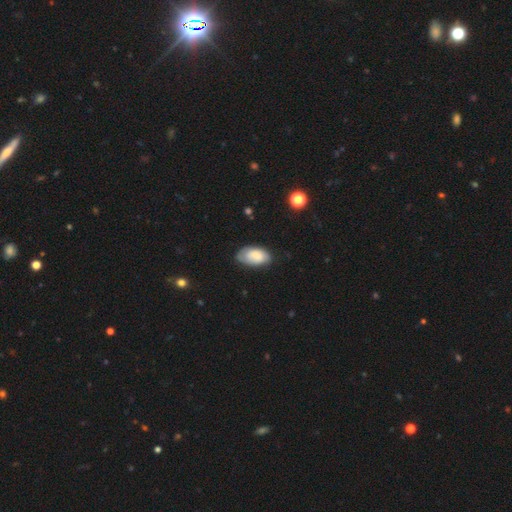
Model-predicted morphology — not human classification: Smooth or featured? Predicted: smooth (p=0.69). How rounded? Predicted: in between (p=0.94). Merging? Predicted: none (p=0.66).